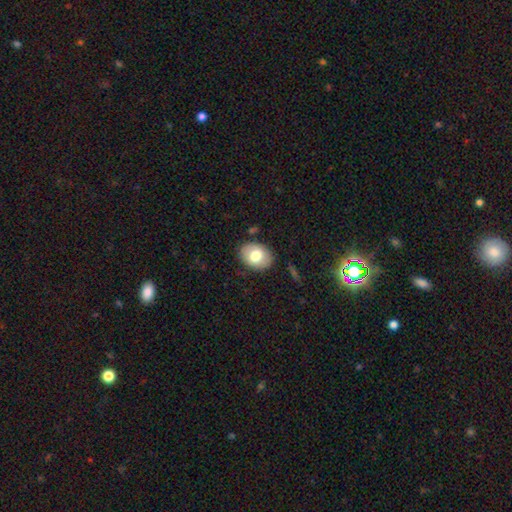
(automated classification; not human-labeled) Smooth or featured?
  - smooth: 74% *
  - featured or disk: 18%
  - star or artifact: 7%
How rounded?
  - in between: 70% *
  - round: 29%
  - cigar-shaped: 1%
Merging?
  - none: 85% *
  - minor disturbance: 10%
  - major disturbance: 3%
  - merger: 2%